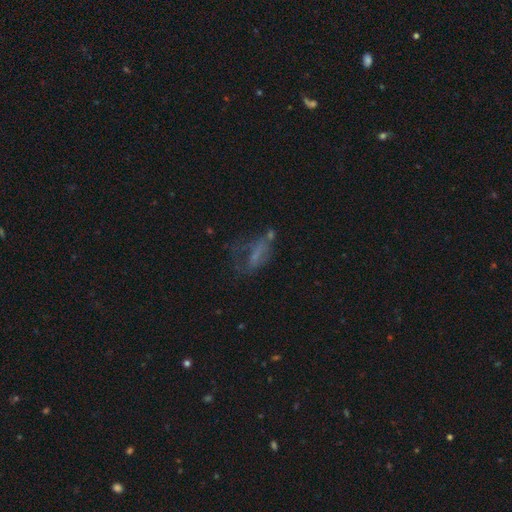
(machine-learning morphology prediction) Smooth or featured? Predicted: featured or disk (p=0.40). Merging? Predicted: major disturbance (p=0.38).